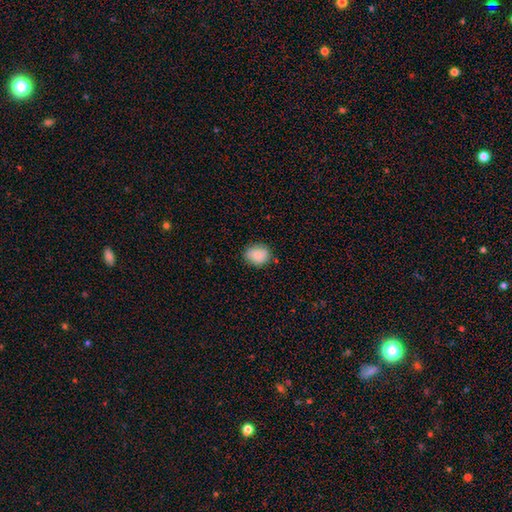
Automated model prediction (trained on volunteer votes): Smooth or featured? smooth (87%)
How rounded? round (59%)
Merging? none (78%)